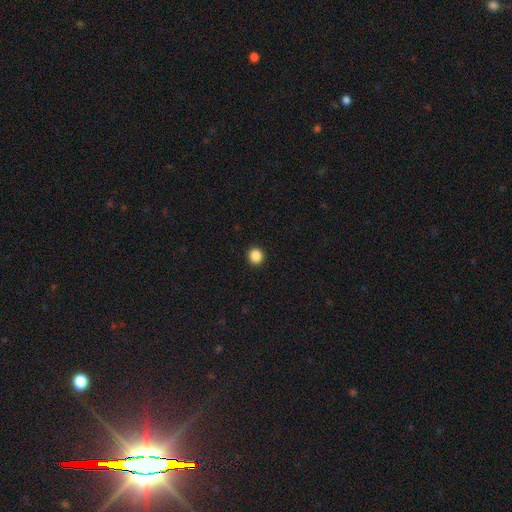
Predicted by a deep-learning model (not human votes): smooth-or-featured: smooth: 87% | star or artifact: 10% | featured or disk: 2%
  how-rounded: round: 91% | in between: 8% | cigar-shaped: 1%
  merging: none: 93% | minor disturbance: 4% | major disturbance: 2% | merger: 1%